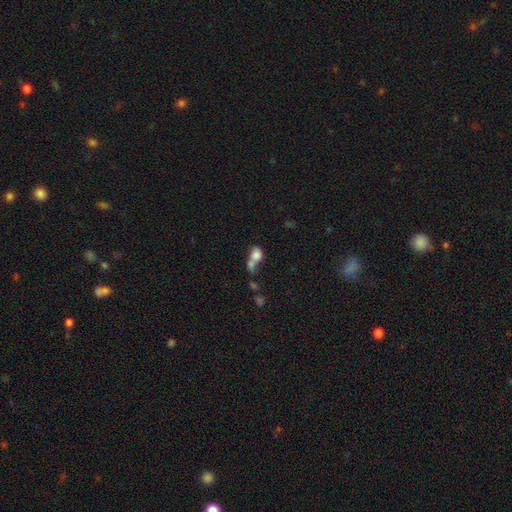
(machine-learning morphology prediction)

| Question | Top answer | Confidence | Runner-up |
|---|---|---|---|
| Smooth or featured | smooth | 73% | featured or disk (16%) |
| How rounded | in between | 57% | round (40%) |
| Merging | merger | 65% | none (17%) |